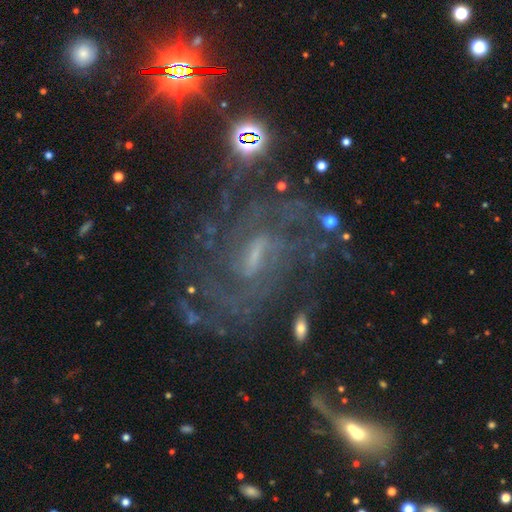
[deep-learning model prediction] featured or disk 81%, star or artifact 12%, smooth 6%. Down the decision tree: edge-on disk — no (96%); bar — weak (56%); spiral arms — yes (93%); spiral arm count — can't tell (39%); spiral winding — tight (47%); bulge size — small (47%); merging — none (67%).